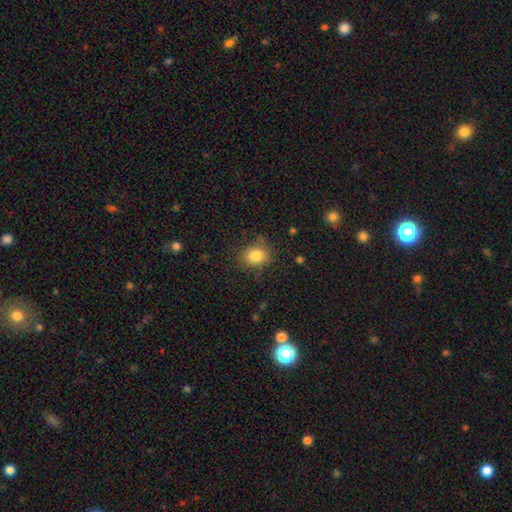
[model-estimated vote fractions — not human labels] A smooth galaxy with no disk features (83%) that is round (61%).

Vote fractions:
- Smooth or featured? smooth: 83% / star or artifact: 10% / featured or disk: 7%
- How rounded? round: 61% / in between: 38% / cigar-shaped: 1%
- Merging? none: 78% / minor disturbance: 16% / major disturbance: 5% / merger: 2%